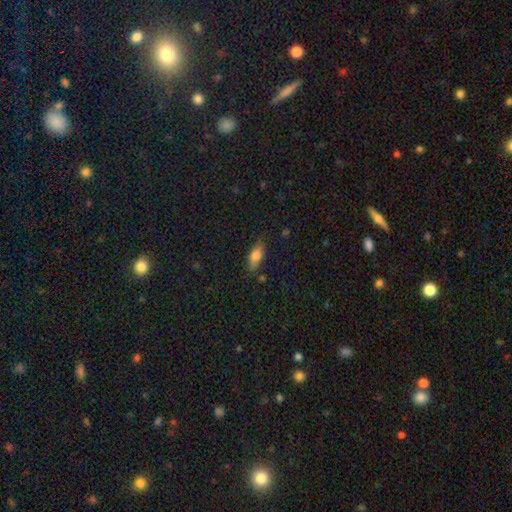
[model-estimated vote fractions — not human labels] Morphology: type=smooth (78%); roundness=in between (82%); merging=none (79%).